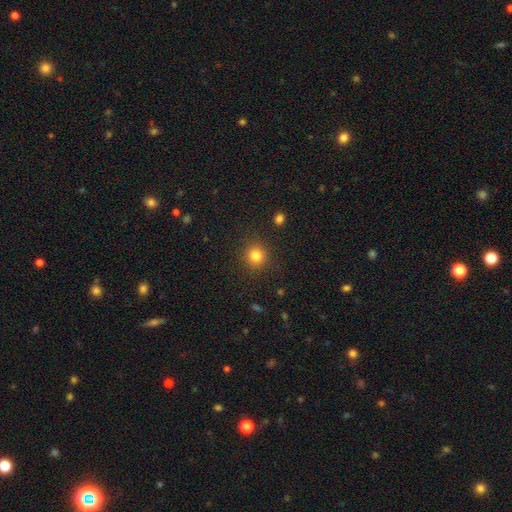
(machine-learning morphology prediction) This is clearly a smooth galaxy (82%). How rounded: clearly round (93%). Merging: clearly none (90%).